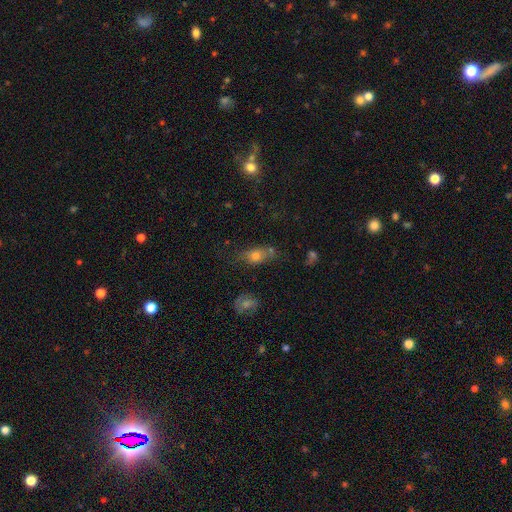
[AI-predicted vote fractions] The model was most divided on "merging": none: 60%, minor disturbance: 21%, merger: 10%, major disturbance: 8%. More confident: smooth or featured — smooth (70%); how rounded — in between (69%).